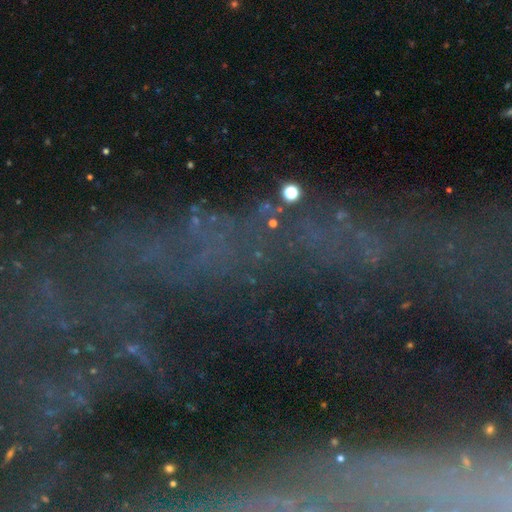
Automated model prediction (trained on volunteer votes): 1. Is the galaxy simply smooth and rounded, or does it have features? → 64% star or artifact, 23% featured or disk, 14% smooth.